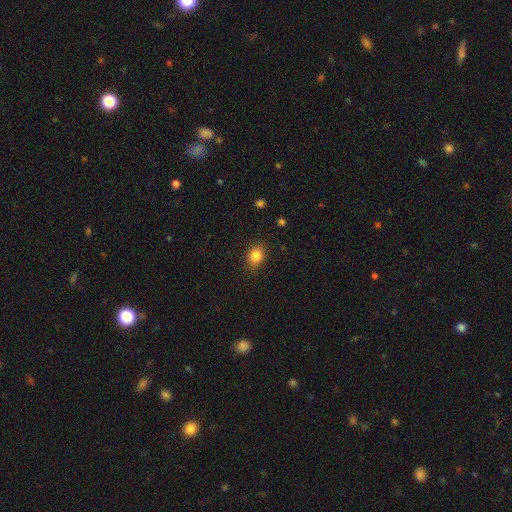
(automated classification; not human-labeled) Smooth or featured: smooth — 83% (star or artifact — 10%)
How rounded: in between — 56% (round — 42%)
Merging: none — 84% (minor disturbance — 12%)